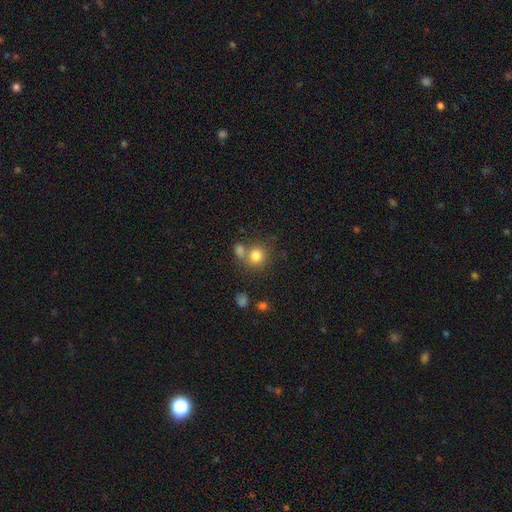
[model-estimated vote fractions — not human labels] This is clearly a smooth galaxy (81%). How rounded: clearly round (85%). Merging: possibly none (57%).